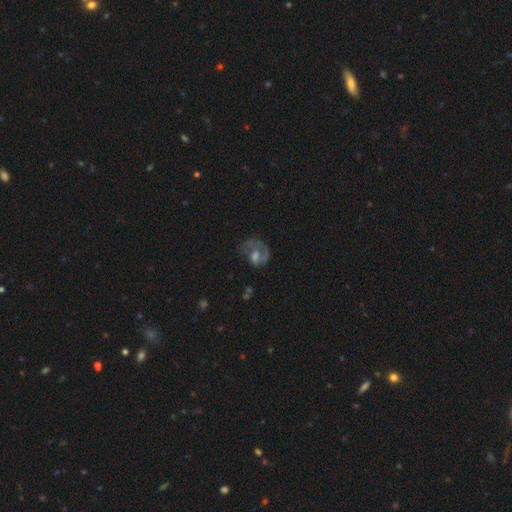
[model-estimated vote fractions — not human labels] Overall: featured or disk (58%; smooth 29%). Edge-on disk: no (97%). Bar: no (72%). Spiral arms: yes (60%; no 40%). Bulge size: moderate (50%; small 22%). Merging: none (39%, tied with major disturbance).